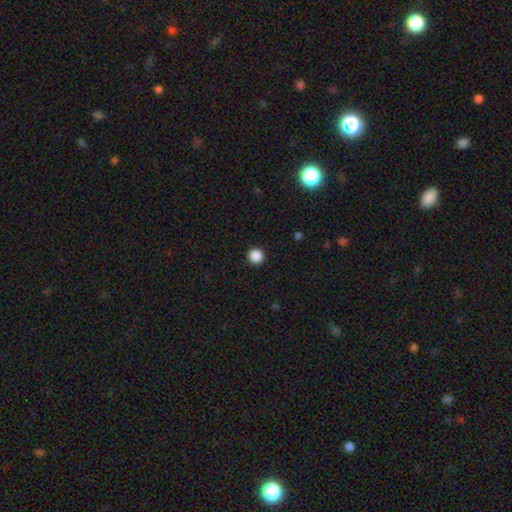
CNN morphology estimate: Smooth or featured?
  - smooth: 88% *
  - star or artifact: 10%
  - featured or disk: 2%
How rounded?
  - round: 95% *
  - in between: 4%
  - cigar-shaped: 1%
Merging?
  - none: 93% *
  - minor disturbance: 4%
  - major disturbance: 2%
  - merger: 1%